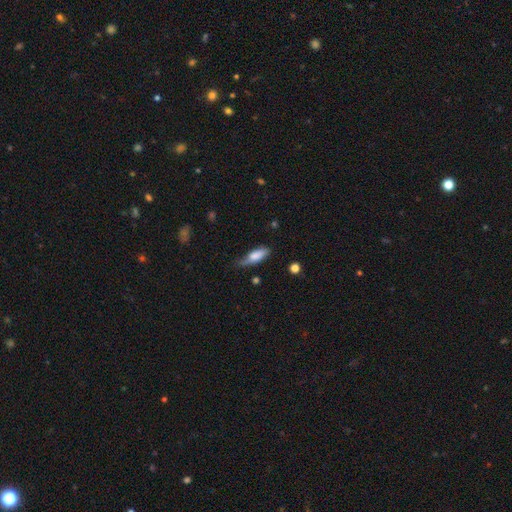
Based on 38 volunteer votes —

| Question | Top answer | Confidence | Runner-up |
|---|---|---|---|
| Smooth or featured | smooth | 71% | featured or disk (21%) |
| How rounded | in between | 67% | cigar-shaped (33%) |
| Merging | none | 46% | tied: minor disturbance (46%) |